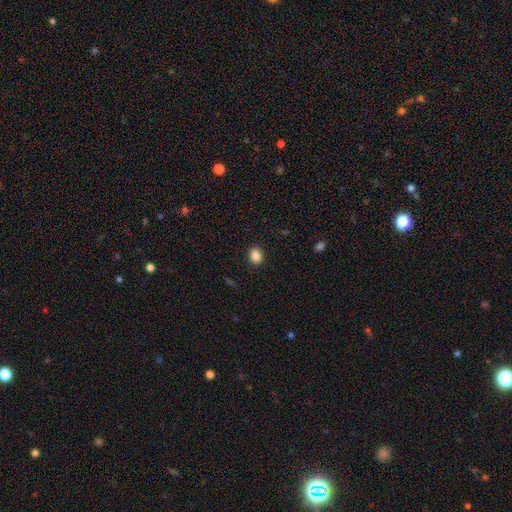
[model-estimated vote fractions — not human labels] Overall: smooth (87%). How rounded: in between (61%; round 38%). Merging: none (90%).